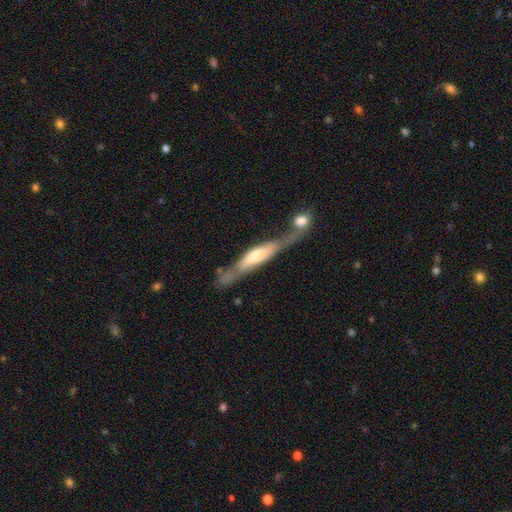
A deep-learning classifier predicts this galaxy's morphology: Smooth or featured? smooth (49%)
Merging? merger (55%)